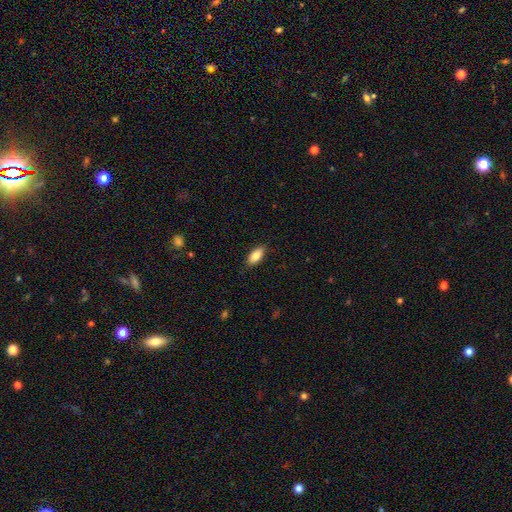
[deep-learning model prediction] A smooth galaxy with no disk features (84%) that is in between round and cigar-shaped (87%). Merging: none (88%).